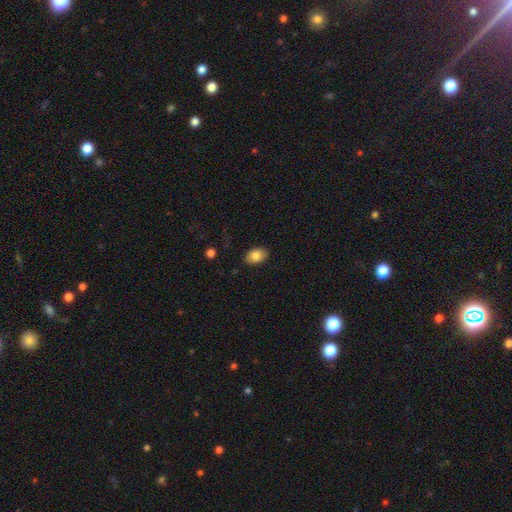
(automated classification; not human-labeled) Q: Smooth or featured?
A: smooth (82%); runner-up: featured or disk (10%)
Q: How rounded?
A: in between (86%); runner-up: round (13%)
Q: Merging?
A: none (85%); runner-up: minor disturbance (11%)